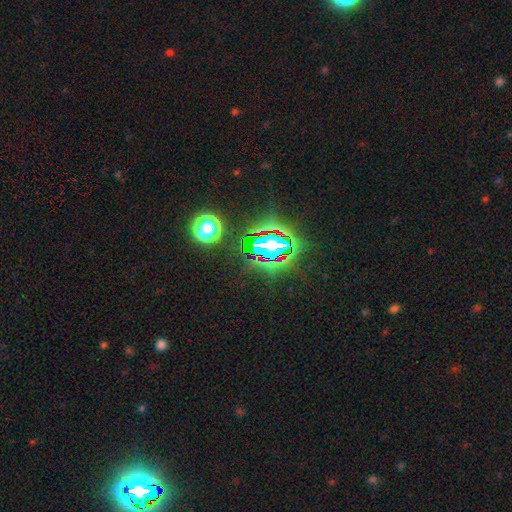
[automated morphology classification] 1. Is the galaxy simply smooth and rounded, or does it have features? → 77% star or artifact, 12% smooth, 10% featured or disk.